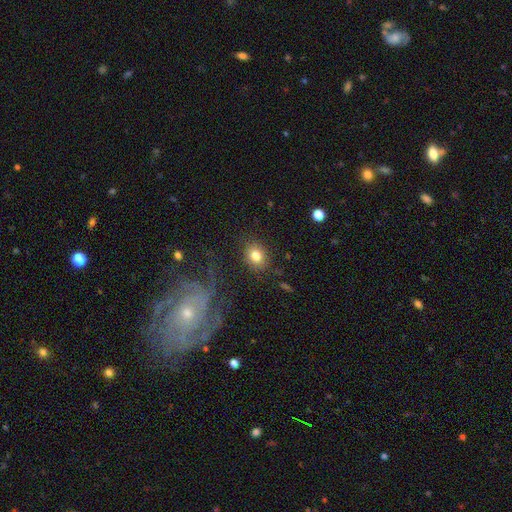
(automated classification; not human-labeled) Smooth or featured? Predicted: smooth (p=0.81). How rounded? Predicted: round (p=0.55). Merging? Predicted: none (p=0.85).